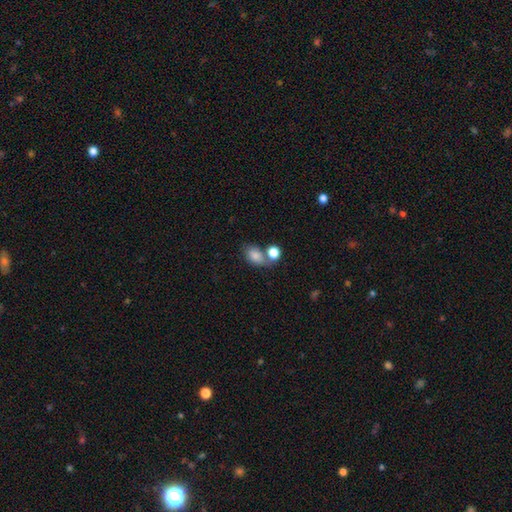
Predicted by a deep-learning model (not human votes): The model was most divided on "merging": none: 43%, merger: 35%, minor disturbance: 15%, major disturbance: 7%. More confident: smooth or featured — smooth (81%); how rounded — in between (78%).